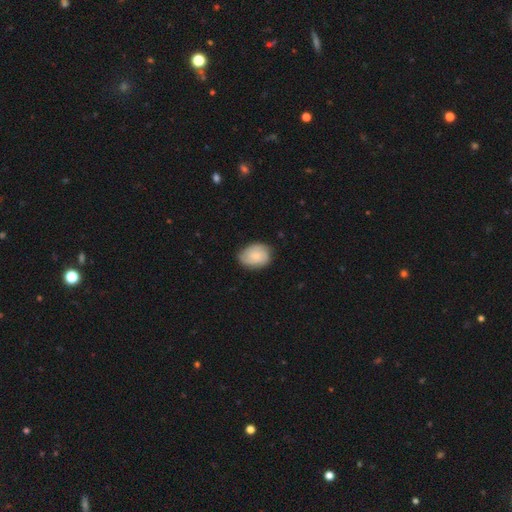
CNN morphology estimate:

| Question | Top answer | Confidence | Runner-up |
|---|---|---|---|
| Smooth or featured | smooth | 53% | featured or disk (40%) |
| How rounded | in between | 67% | round (32%) |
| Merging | none | 74% | minor disturbance (21%) |